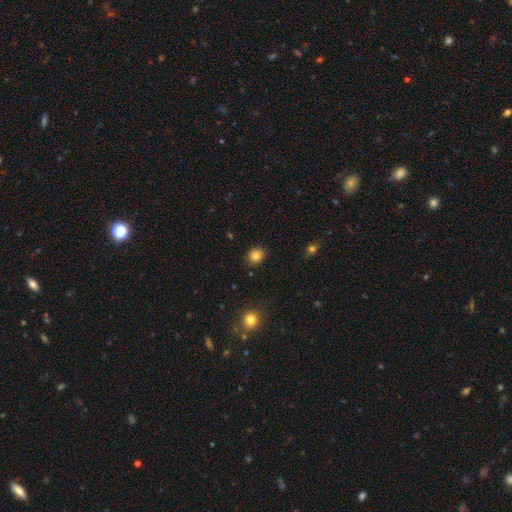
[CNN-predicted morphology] This appears to be a smooth galaxy with no disk features (83%) that is round (73%). Merging: none (89%).